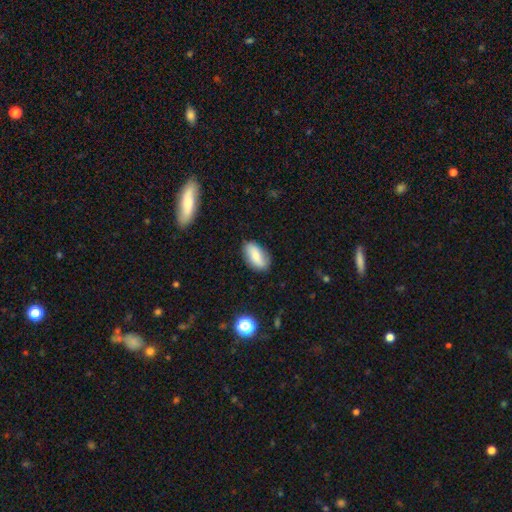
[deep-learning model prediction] This appears to be a smooth galaxy with no disk features (74%) that is in between round and cigar-shaped (90%). Merging: none (81%).